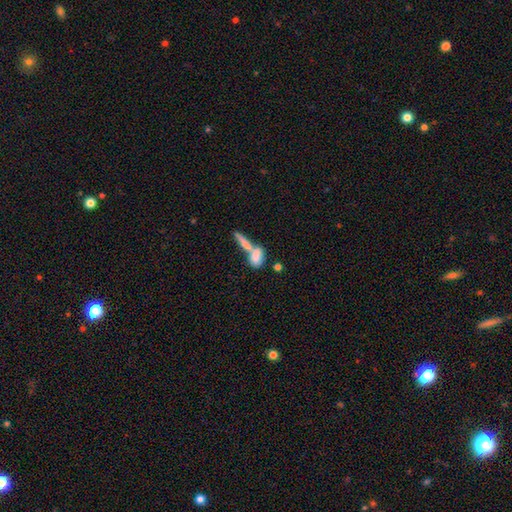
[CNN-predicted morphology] Smooth or featured? smooth (74%)
How rounded? in between (67%)
Merging? merger (62%)